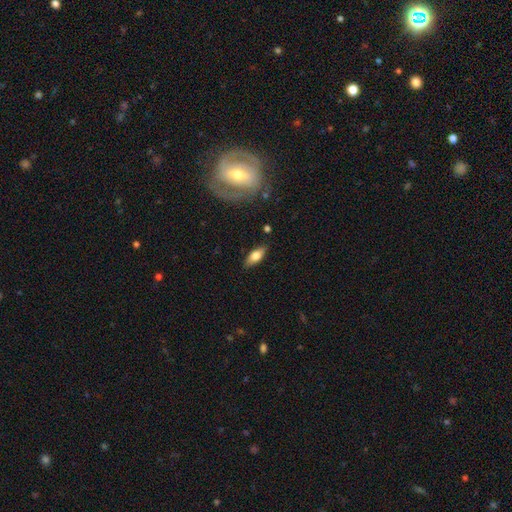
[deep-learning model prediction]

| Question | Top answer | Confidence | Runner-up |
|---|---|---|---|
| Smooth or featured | smooth | 64% | featured or disk (29%) |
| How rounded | in between | 74% | cigar-shaped (23%) |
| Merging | none | 84% | minor disturbance (12%) |